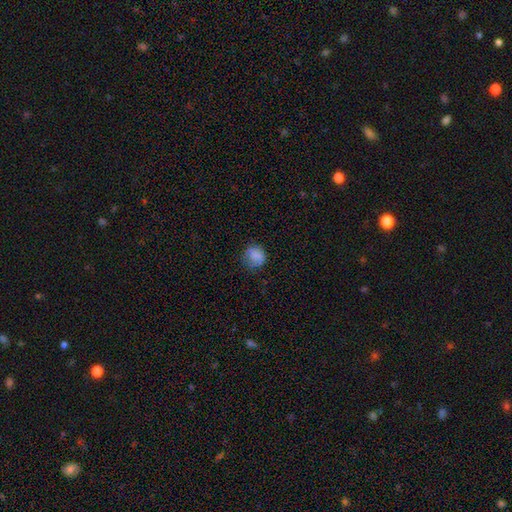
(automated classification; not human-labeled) Smooth or featured? smooth (80%)
How rounded? round (82%)
Merging? none (70%)